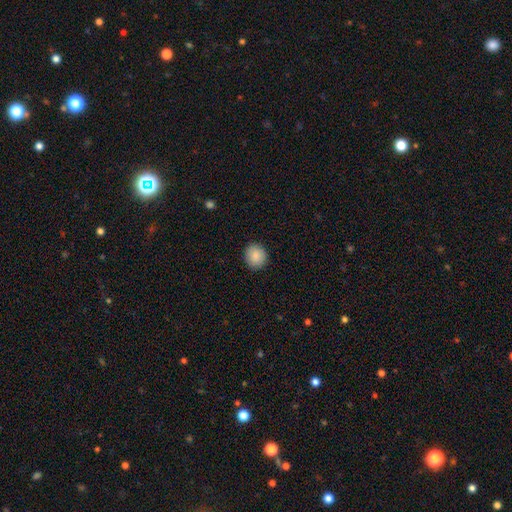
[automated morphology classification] Smooth or featured? smooth (88%)
How rounded? round (84%)
Merging? none (90%)